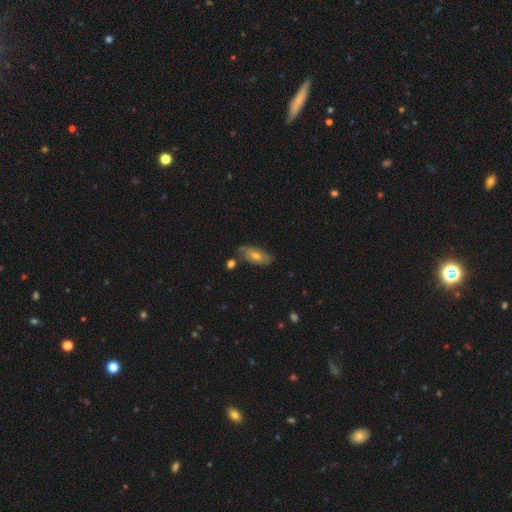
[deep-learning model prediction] Morphology: type=featured or disk (48%); merging=none (69%).